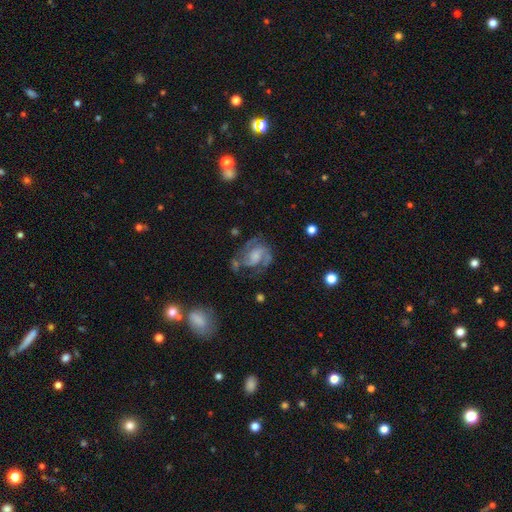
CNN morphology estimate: Smooth or featured? Predicted: featured or disk (p=0.82). Edge-on disk? Predicted: no (p=0.98). Bar? Predicted: no (p=0.53). Spiral arms? Predicted: yes (p=0.94). Spiral winding? Predicted: medium (p=0.53). Spiral arm count? Predicted: 2 (p=0.69). Bulge size? Predicted: small (p=0.39). Merging? Predicted: none (p=0.56).